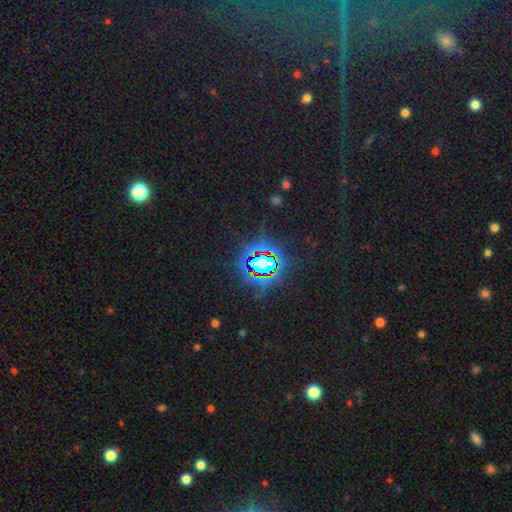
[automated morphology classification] Smooth or featured? star or artifact (76%)